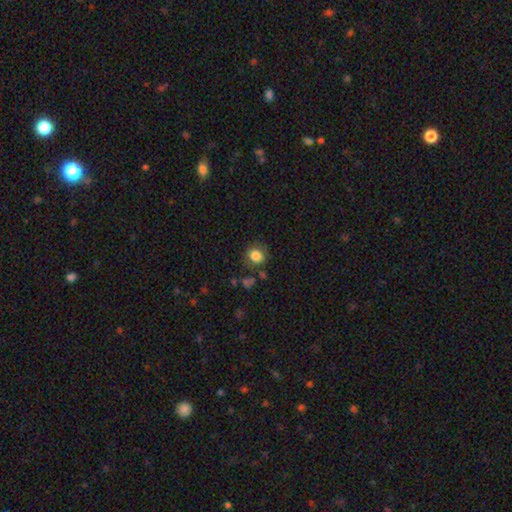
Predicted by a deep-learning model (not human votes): This appears to be a smooth galaxy with no disk features (83%) that is round (73%). Merging: none (78%).